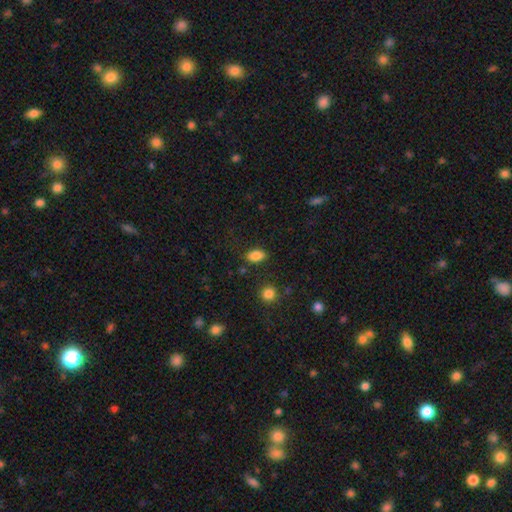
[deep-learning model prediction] Overall: smooth (86%). How rounded: in between (88%). Merging: none (83%).